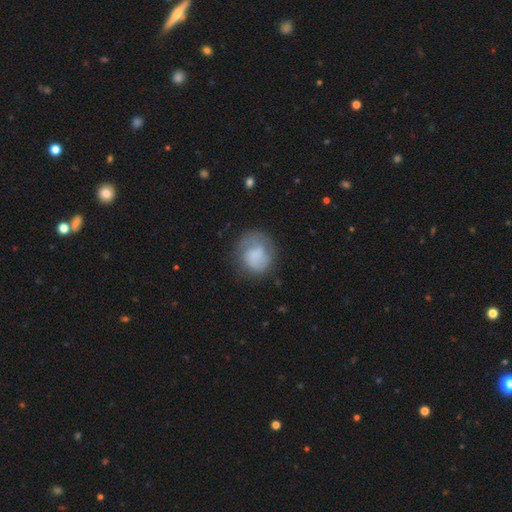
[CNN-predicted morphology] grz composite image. It shows a smooth galaxy with no disk features (53%) that is round (76%). Merging: none (63%).